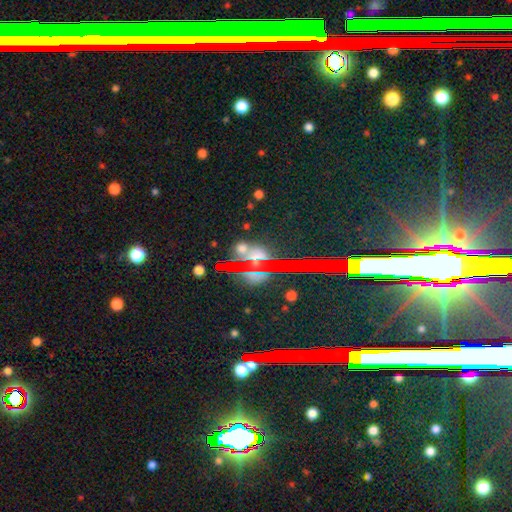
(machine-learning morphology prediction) Q: Smooth or featured?
A: star or artifact (59%); runner-up: featured or disk (21%)